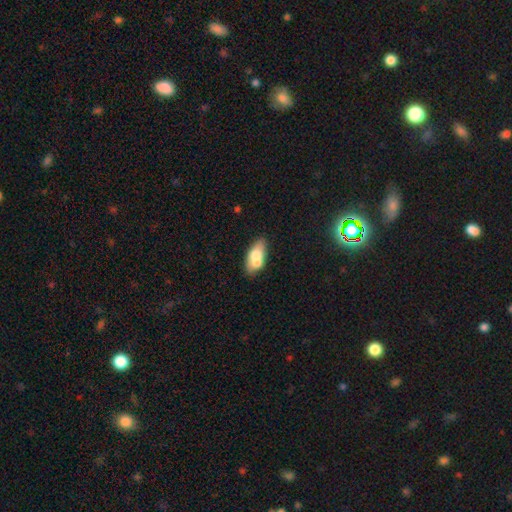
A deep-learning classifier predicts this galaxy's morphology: A smooth galaxy with no disk features (66%) that is in between round and cigar-shaped (86%).

Vote fractions:
- Smooth or featured? smooth: 66% / featured or disk: 27% / star or artifact: 7%
- How rounded? in between: 86% / cigar-shaped: 10% / round: 4%
- Merging? none: 48% / merger: 31% / minor disturbance: 16% / major disturbance: 5%